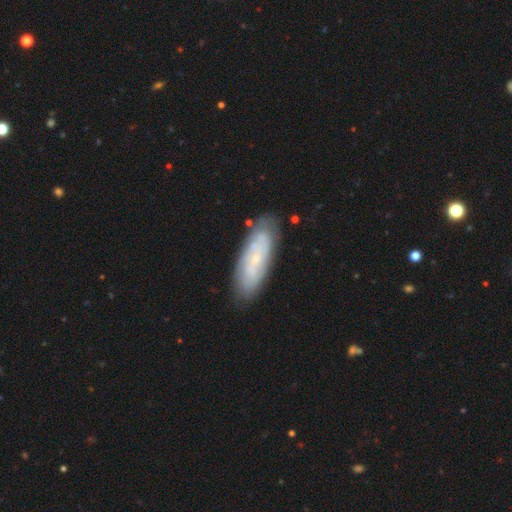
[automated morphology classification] Smooth or featured? Predicted: featured or disk (p=0.56). Edge-on disk? Predicted: no (p=0.80). Merging? Predicted: none (p=0.84).